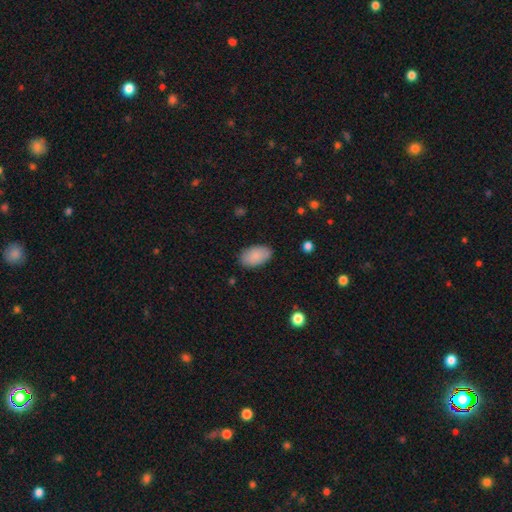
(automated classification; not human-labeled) Morphology: type=smooth (88%); roundness=in between (94%); merging=none (86%).